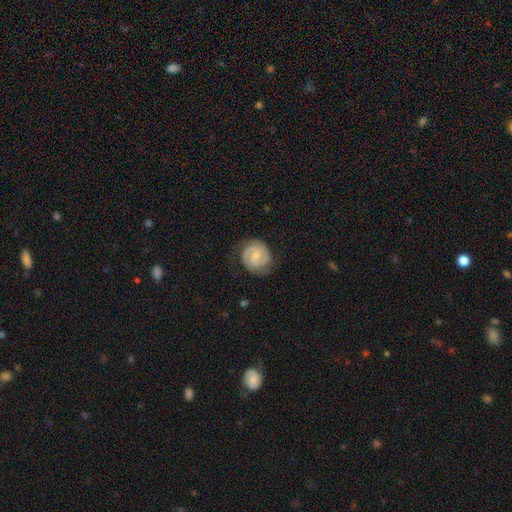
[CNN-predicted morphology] Smooth or featured? Predicted: featured or disk (p=0.78). Edge-on disk? Predicted: no (p=0.98). Bar? Predicted: no (p=0.63). Spiral arms? Predicted: yes (p=0.95). Spiral winding? Predicted: tight (p=0.65). Spiral arm count? Predicted: 2 (p=0.81). Bulge size? Predicted: small (p=0.64). Merging? Predicted: none (p=0.76).